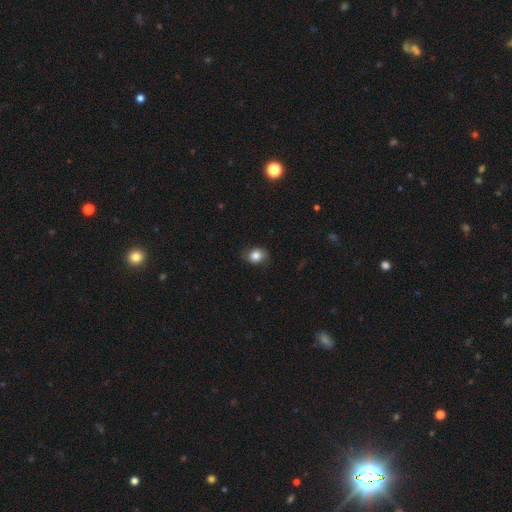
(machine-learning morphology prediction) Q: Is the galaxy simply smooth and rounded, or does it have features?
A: smooth — 82%.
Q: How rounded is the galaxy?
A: round — 51%.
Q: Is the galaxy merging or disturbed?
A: none — 76%.